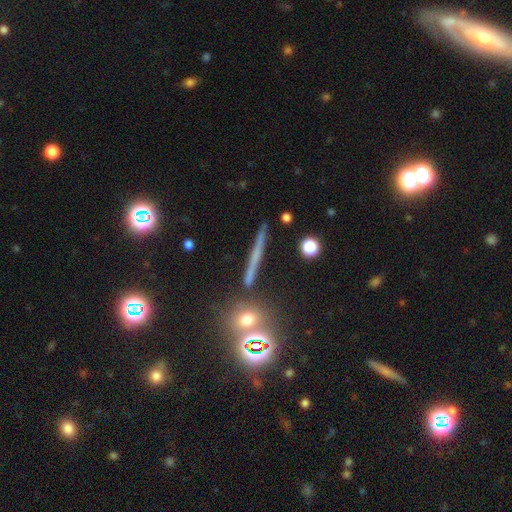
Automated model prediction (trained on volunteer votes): Q: Smooth or featured?
A: featured or disk (41%); runner-up: smooth (39%)
Q: Merging?
A: none (87%); runner-up: minor disturbance (8%)